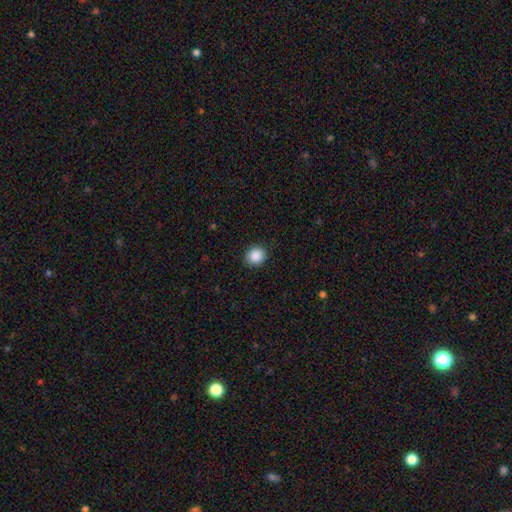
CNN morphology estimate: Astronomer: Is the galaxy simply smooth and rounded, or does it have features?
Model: smooth — 88%.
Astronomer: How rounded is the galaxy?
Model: round — 84%.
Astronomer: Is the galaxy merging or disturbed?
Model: none — 90%.